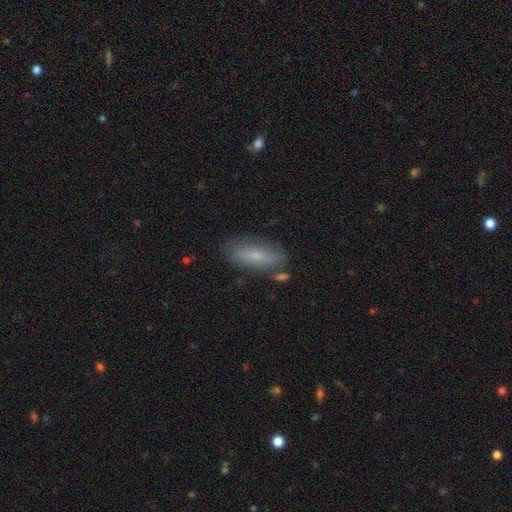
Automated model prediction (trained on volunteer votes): Overall: smooth (72%). How rounded: in between (67%; cigar-shaped 31%). Merging: none (76%).